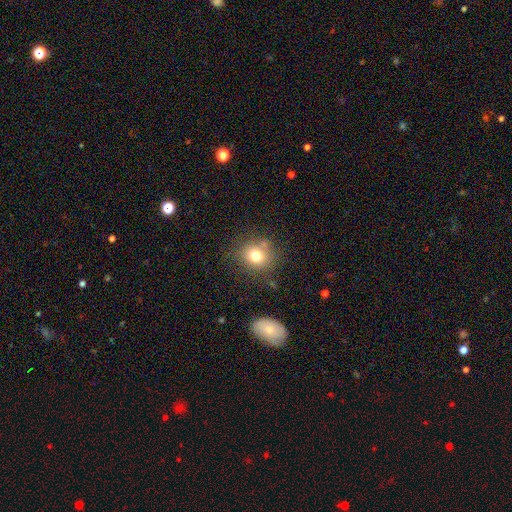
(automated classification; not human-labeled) A smooth galaxy with no disk features (76%) that is round (79%). Merging: none (75%).